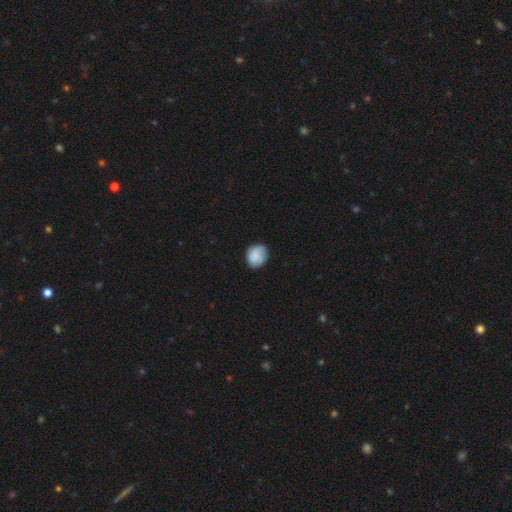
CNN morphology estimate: type=smooth (80%); roundness=round (67%); merging=none (74%).